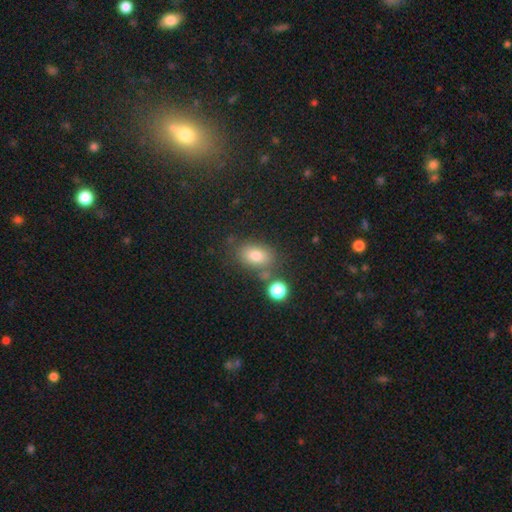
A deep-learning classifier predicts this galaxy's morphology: A smooth galaxy with no disk features (78%) that is in between round and cigar-shaped (80%).

Vote fractions:
- Smooth or featured? smooth: 78% / star or artifact: 11% / featured or disk: 10%
- How rounded? in between: 80% / round: 18% / cigar-shaped: 2%
- Merging? none: 67% / minor disturbance: 15% / merger: 13% / major disturbance: 5%